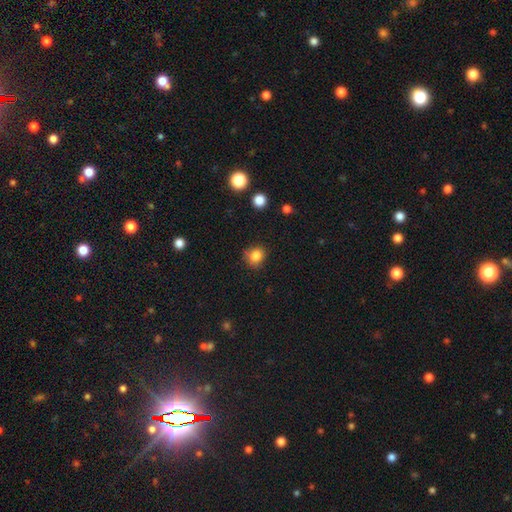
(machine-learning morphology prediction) Smooth or featured: smooth — 84% (star or artifact — 11%)
How rounded: round — 79% (in between — 20%)
Merging: none — 77% (minor disturbance — 17%)